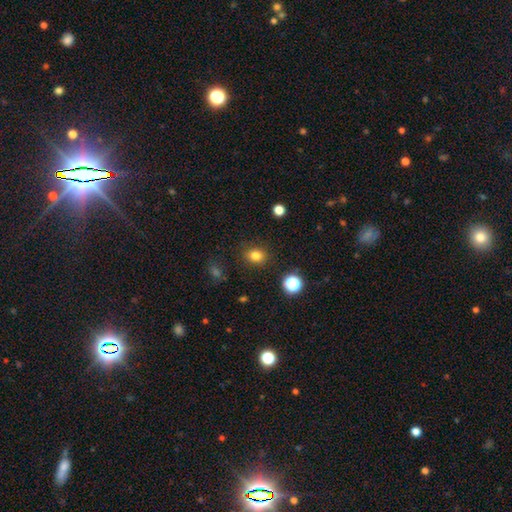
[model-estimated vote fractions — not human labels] This appears to be a smooth galaxy with no disk features (81%) that is round (61%). Merging: none (85%).